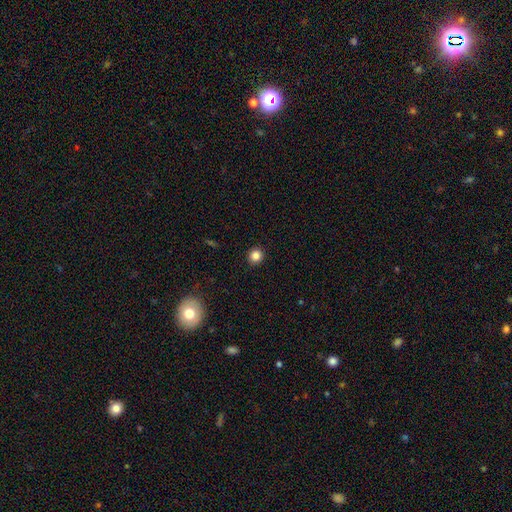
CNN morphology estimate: smooth-or-featured: smooth: 84% | star or artifact: 12% | featured or disk: 5%
  how-rounded: round: 92% | in between: 7% | cigar-shaped: 1%
  merging: none: 93% | minor disturbance: 5% | major disturbance: 2% | merger: 1%